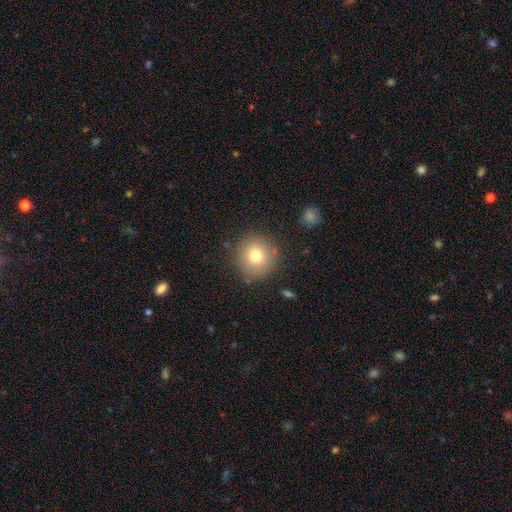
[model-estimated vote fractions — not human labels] Overall: smooth (75%). How rounded: round (93%). Merging: none (84%).